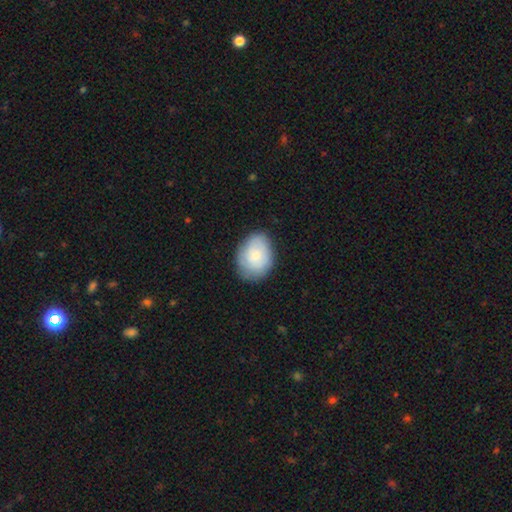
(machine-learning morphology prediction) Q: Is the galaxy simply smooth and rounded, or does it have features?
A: smooth — 73%.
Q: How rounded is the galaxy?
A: in between — 71%.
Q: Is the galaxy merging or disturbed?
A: none — 76%.